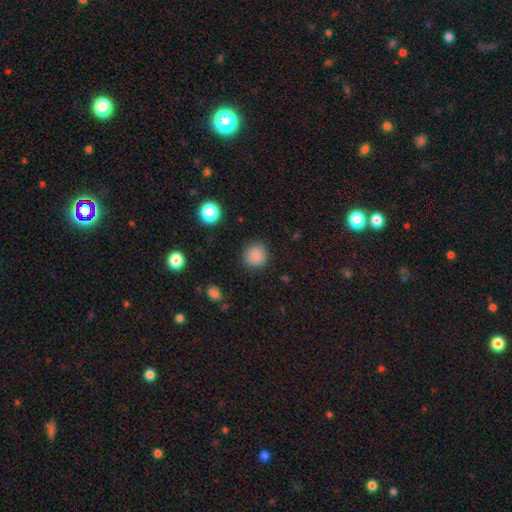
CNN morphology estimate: smooth-or-featured: smooth: 85% | star or artifact: 11% | featured or disk: 5%
  how-rounded: round: 93% | in between: 6% | cigar-shaped: 1%
  merging: none: 88% | minor disturbance: 8% | major disturbance: 3% | merger: 1%